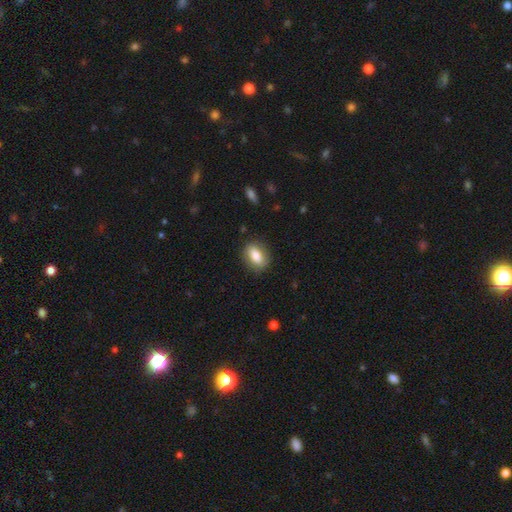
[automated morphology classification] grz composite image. It shows a smooth galaxy with no disk features (81%) that is in between round and cigar-shaped (80%). Merging: none (84%).